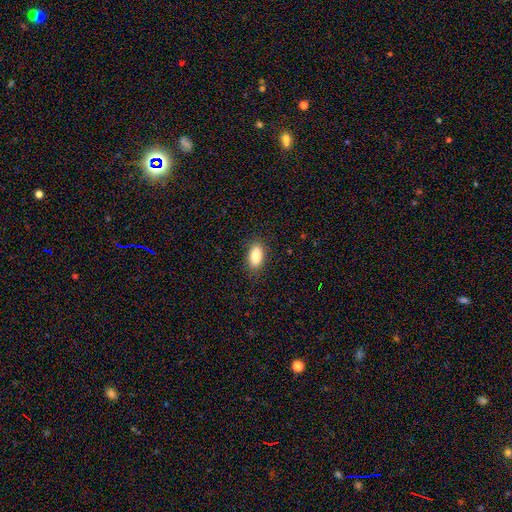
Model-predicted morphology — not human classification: type=smooth (86%); roundness=in between (91%); merging=none (87%).